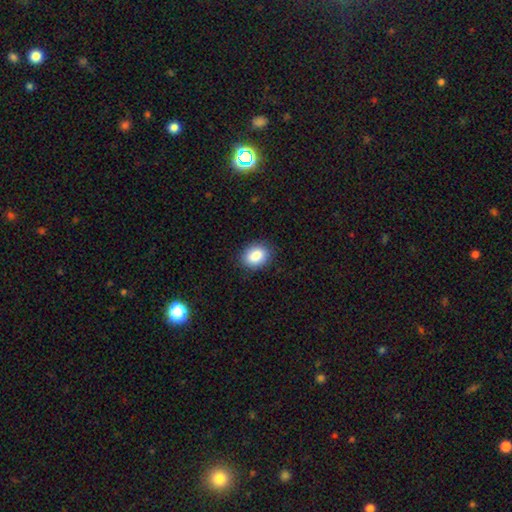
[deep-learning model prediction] A smooth galaxy with no disk features (87%) that is in between round and cigar-shaped (68%).

Vote fractions:
- Smooth or featured? smooth: 87% / star or artifact: 8% / featured or disk: 5%
- How rounded? in between: 68% / round: 31% / cigar-shaped: 1%
- Merging? none: 85% / minor disturbance: 11% / major disturbance: 3% / merger: 1%